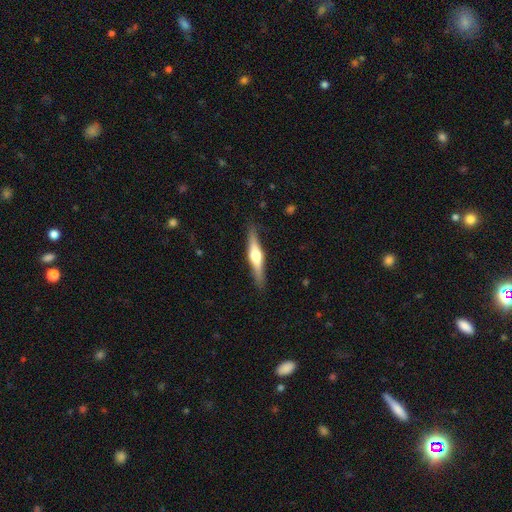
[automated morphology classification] Smooth or featured: featured or disk — 65% (smooth — 30%)
Edge-on disk: yes — 97% (no — 3%)
Edge-on bulge: rounded — 92% (boxy — 5%)
Merging: none — 88% (minor disturbance — 9%)